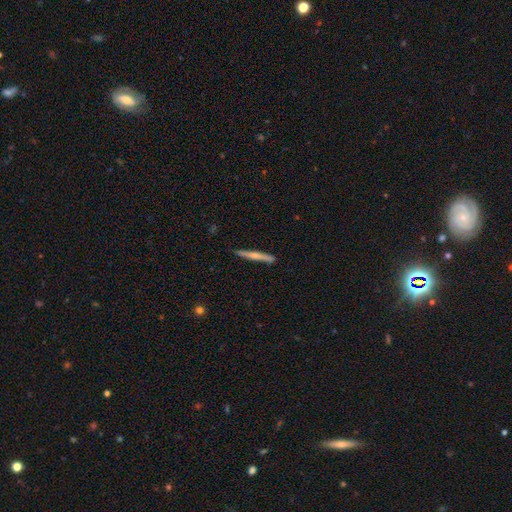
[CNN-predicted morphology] Overall: smooth (49%; featured or disk 45%). Merging: none (88%).